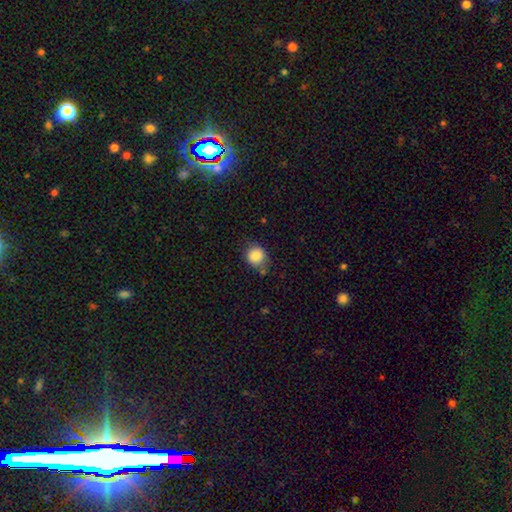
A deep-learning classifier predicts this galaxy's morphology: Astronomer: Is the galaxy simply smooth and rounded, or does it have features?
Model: smooth — 86%.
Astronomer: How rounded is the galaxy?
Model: round — 80%.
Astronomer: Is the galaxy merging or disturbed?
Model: none — 69%.